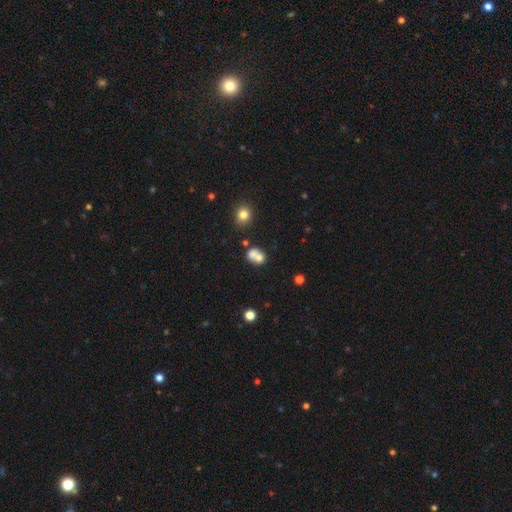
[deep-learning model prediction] A smooth galaxy with no disk features (71%) that is round (60%). Merging: merger (57%).